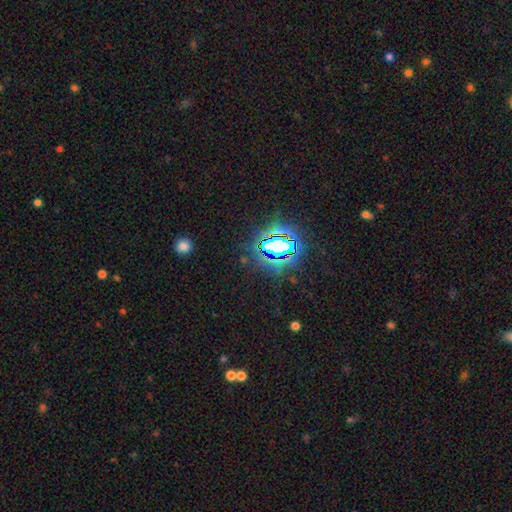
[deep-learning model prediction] Smooth or featured? Predicted: star or artifact (p=0.84).